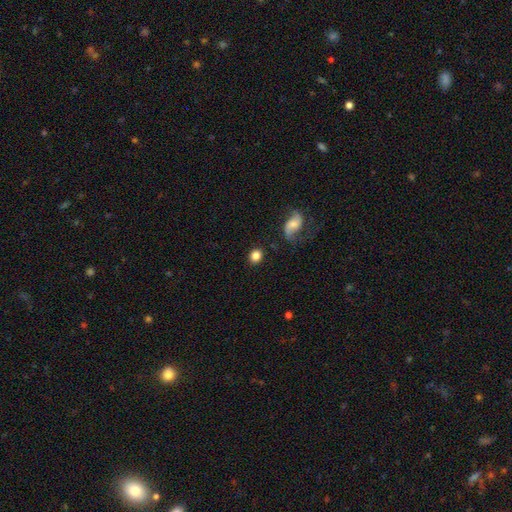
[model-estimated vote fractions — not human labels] smooth_or_featured: smooth (p=0.82) [alt: featured or disk p=0.09]
how_rounded: round (p=0.73) [alt: in between p=0.25]
merging: none (p=0.84) [alt: minor disturbance p=0.09]